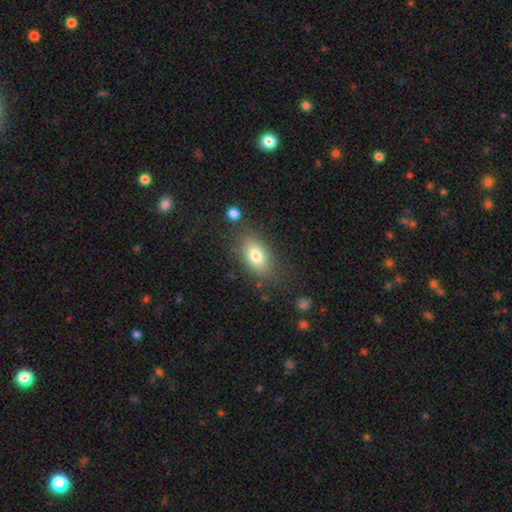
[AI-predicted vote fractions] Smooth or featured? smooth (77%)
How rounded? in between (87%)
Merging? none (77%)